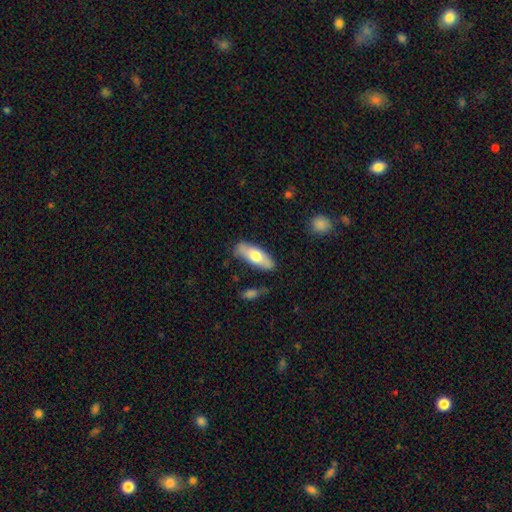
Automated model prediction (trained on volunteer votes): A smooth galaxy with no disk features (65%) that is in between round and cigar-shaped (70%). Merging: none (80%).